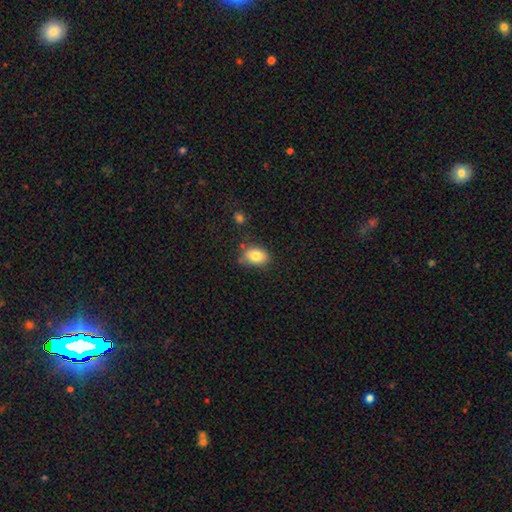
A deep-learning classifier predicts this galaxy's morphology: The model was most divided on "merging": none: 66%, minor disturbance: 24%, major disturbance: 5%, merger: 4%. More confident: smooth or featured — smooth (82%); how rounded — in between (75%).